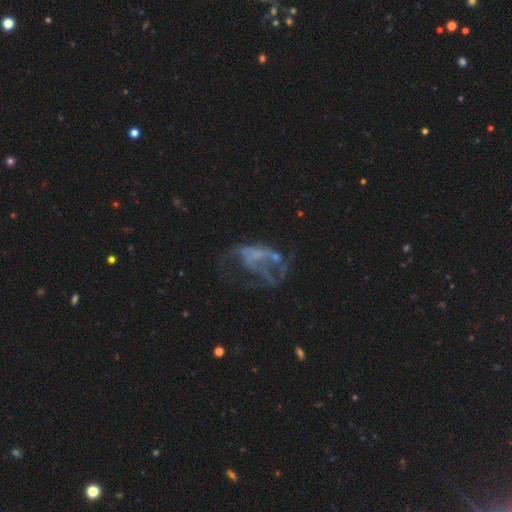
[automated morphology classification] Q: Smooth or featured?
A: featured or disk (64%); runner-up: smooth (18%)
Q: Edge-on disk?
A: no (97%); runner-up: yes (3%)
Q: Bar?
A: no (78%); runner-up: weak (15%)
Q: Spiral arms?
A: no (69%); runner-up: yes (31%)
Q: Bulge size?
A: none (74%); runner-up: small (15%)
Q: Merging?
A: major disturbance (51%); runner-up: none (27%)